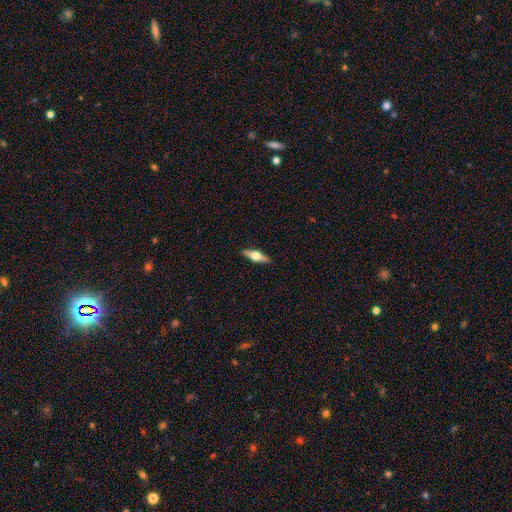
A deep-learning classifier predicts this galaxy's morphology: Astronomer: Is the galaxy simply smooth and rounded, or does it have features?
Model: featured or disk — 63%.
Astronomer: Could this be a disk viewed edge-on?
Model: yes — 96%.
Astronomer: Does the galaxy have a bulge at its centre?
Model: rounded — 95%.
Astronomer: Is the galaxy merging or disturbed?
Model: none — 90%.